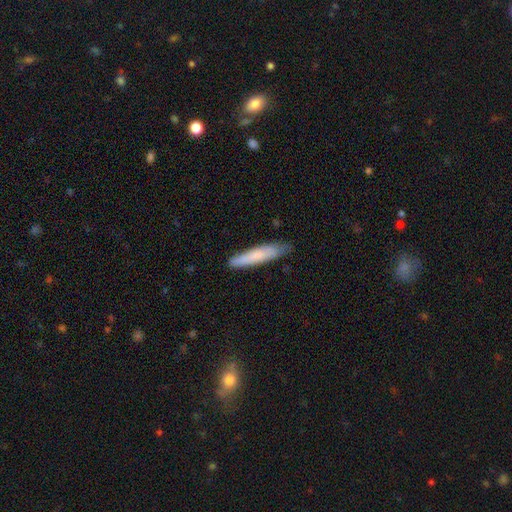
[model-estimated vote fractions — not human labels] Q: Smooth or featured?
A: smooth (74%); runner-up: featured or disk (21%)
Q: How rounded?
A: cigar-shaped (89%); runner-up: in between (9%)
Q: Merging?
A: none (79%); runner-up: minor disturbance (17%)